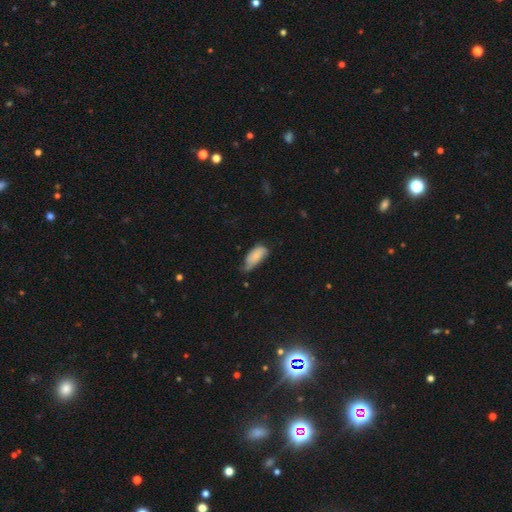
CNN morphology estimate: A smooth galaxy with no disk features (75%) that is in between round and cigar-shaped (87%).

Vote fractions:
- Smooth or featured? smooth: 75% / featured or disk: 18% / star or artifact: 7%
- How rounded? in between: 87% / cigar-shaped: 10% / round: 2%
- Merging? minor disturbance: 49% / none: 35% / major disturbance: 14% / merger: 3%